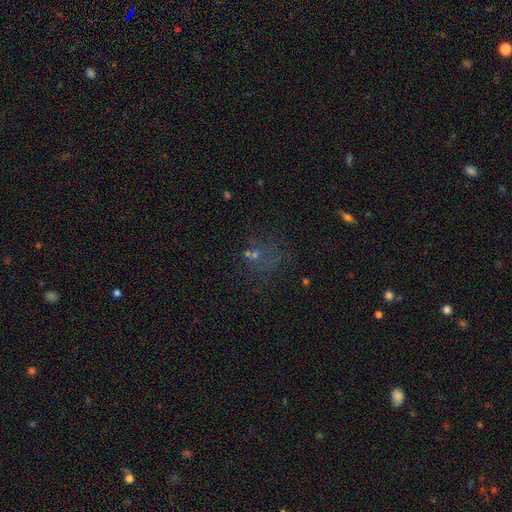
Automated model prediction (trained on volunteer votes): Overall: smooth (38%; star or artifact 37%). Merging: none (51%; major disturbance 19%).